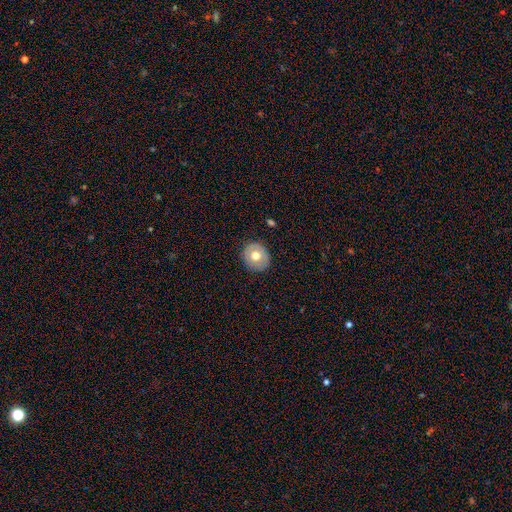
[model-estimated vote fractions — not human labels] Smooth or featured?
  - smooth: 60% *
  - featured or disk: 32%
  - star or artifact: 8%
How rounded?
  - round: 83% *
  - in between: 16%
  - cigar-shaped: 1%
Merging?
  - none: 87% *
  - minor disturbance: 9%
  - major disturbance: 3%
  - merger: 1%